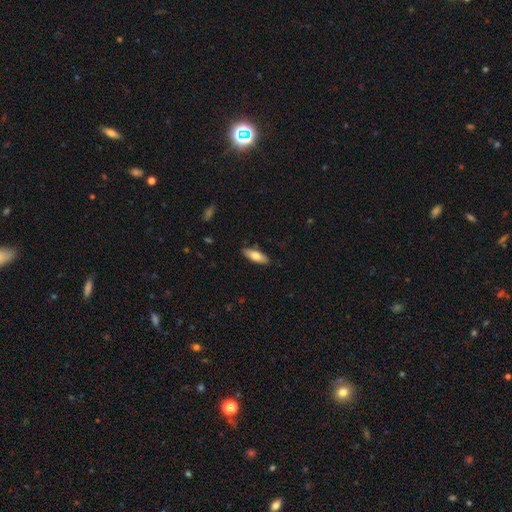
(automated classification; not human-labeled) smooth_or_featured: smooth (p=0.71) [alt: featured or disk p=0.23]
how_rounded: in between (p=0.61) [alt: cigar-shaped p=0.37]
merging: none (p=0.87) [alt: minor disturbance p=0.10]